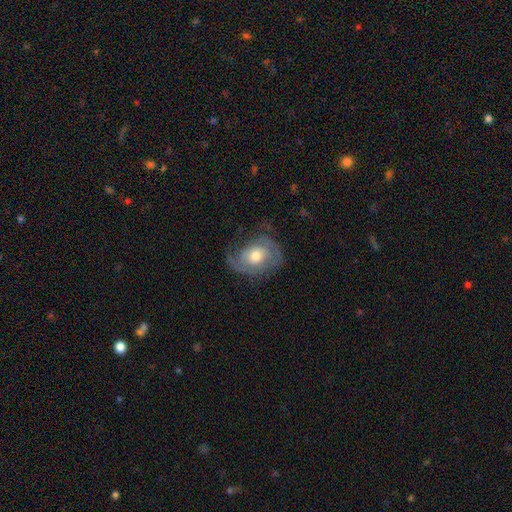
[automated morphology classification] This appears to be a featured or disk galaxy (65%) with no bar (77%), 2 (52%) tight (38%) spiral arms (82%) and a moderate central bulge (72%). Merging: none (54%).